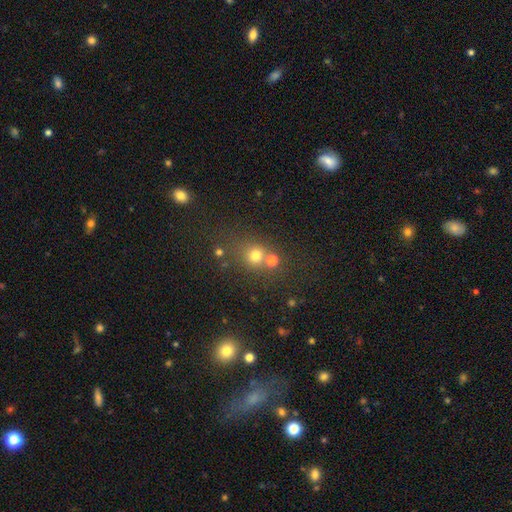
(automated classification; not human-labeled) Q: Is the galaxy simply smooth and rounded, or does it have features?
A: smooth — 70%.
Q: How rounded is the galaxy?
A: round — 85%.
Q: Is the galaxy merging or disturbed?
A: none — 58%.